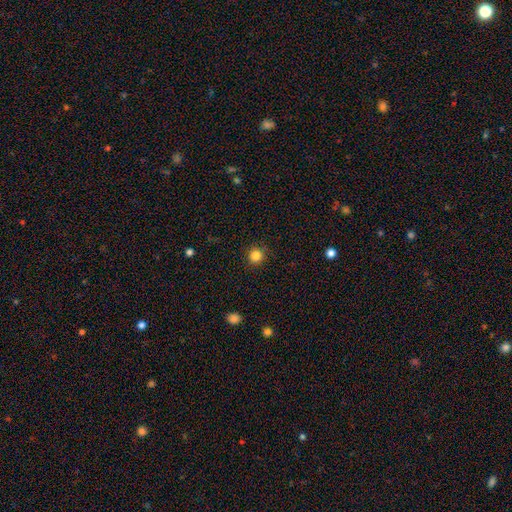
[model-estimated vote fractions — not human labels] A smooth galaxy with no disk features (84%) that is round (94%).

Vote fractions:
- Smooth or featured? smooth: 84% / star or artifact: 12% / featured or disk: 4%
- How rounded? round: 94% / in between: 5% / cigar-shaped: 1%
- Merging? none: 90% / minor disturbance: 7% / major disturbance: 2% / merger: 1%